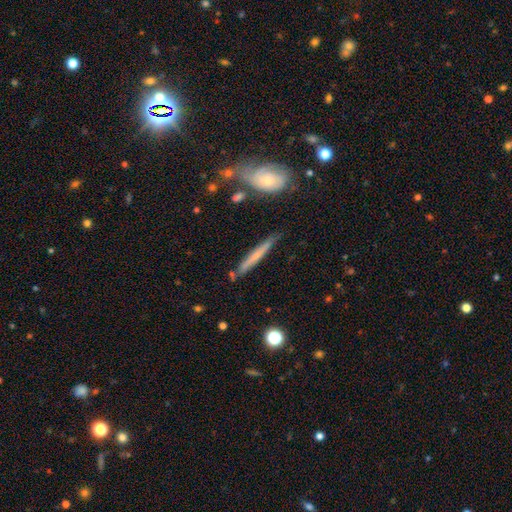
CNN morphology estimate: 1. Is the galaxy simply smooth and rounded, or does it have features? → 47% featured or disk, 46% smooth, 7% star or artifact.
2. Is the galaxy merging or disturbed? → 79% none, 13% minor disturbance, 5% merger, 3% major disturbance.